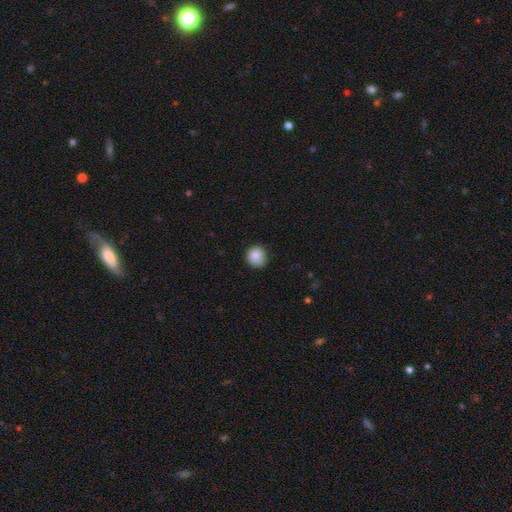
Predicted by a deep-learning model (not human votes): smooth 87%, star or artifact 9%, featured or disk 4%. Down the decision tree: how rounded — round (91%); merging — none (84%).